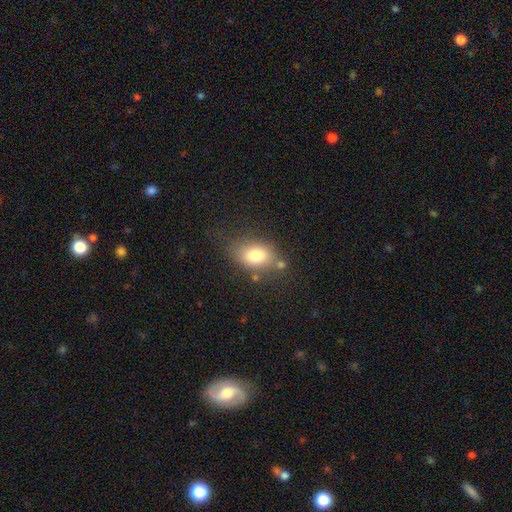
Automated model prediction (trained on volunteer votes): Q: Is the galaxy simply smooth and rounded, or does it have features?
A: smooth — 78%.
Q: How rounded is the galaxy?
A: in between — 80%.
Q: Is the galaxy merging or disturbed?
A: none — 66%.